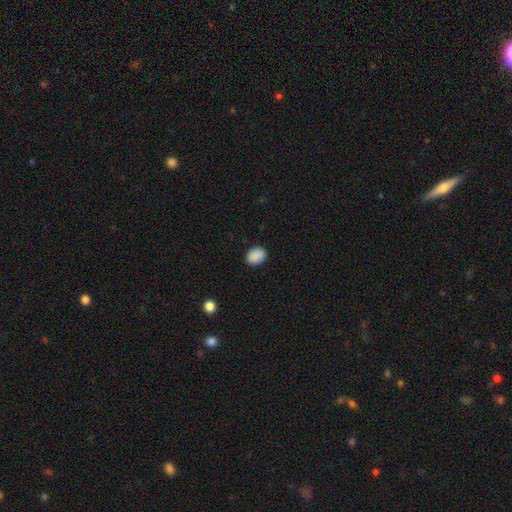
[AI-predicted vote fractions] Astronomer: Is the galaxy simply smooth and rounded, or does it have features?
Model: smooth — 90%.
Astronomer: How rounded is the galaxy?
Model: in between — 62%.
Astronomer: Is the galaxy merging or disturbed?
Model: none — 89%.